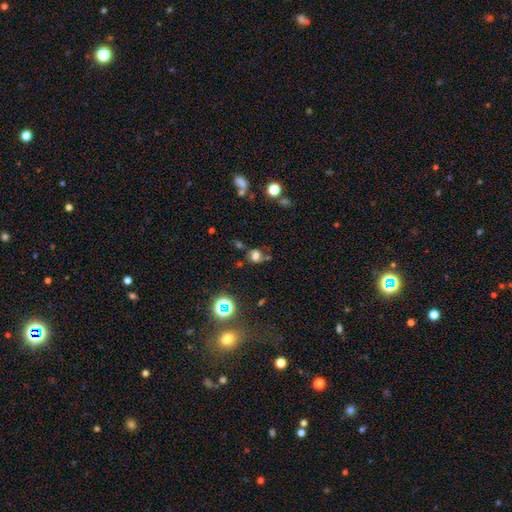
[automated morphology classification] This appears to be a smooth galaxy with no disk features (64%) that is round (62%). Merging: none (60%).